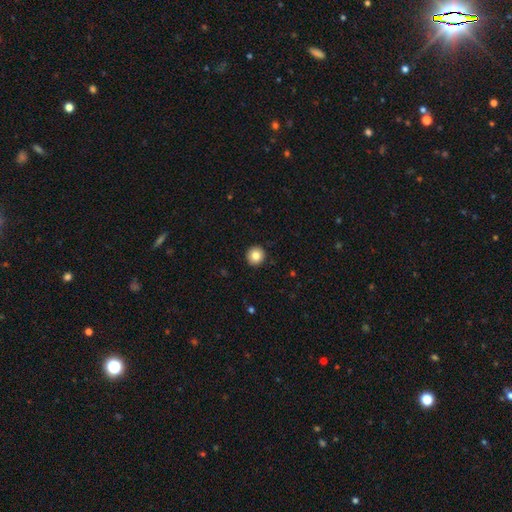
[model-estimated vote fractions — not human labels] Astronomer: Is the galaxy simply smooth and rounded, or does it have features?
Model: smooth — 84%.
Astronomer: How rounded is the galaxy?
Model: round — 94%.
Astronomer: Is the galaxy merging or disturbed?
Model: none — 93%.